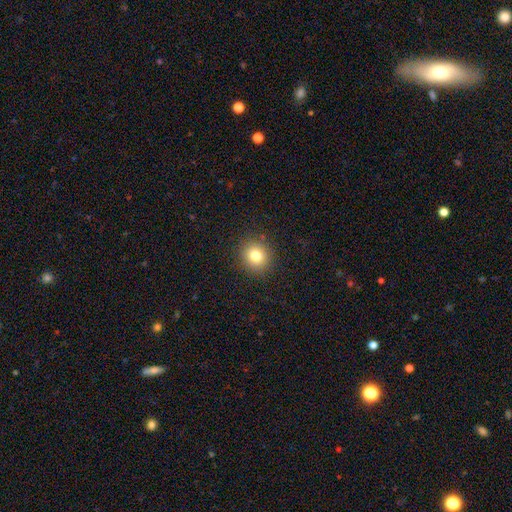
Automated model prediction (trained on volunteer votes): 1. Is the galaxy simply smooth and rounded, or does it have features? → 79% smooth, 13% star or artifact, 8% featured or disk.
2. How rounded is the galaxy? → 87% round, 12% in between, 1% cigar-shaped.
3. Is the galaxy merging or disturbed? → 90% none, 7% minor disturbance, 3% major disturbance, 1% merger.